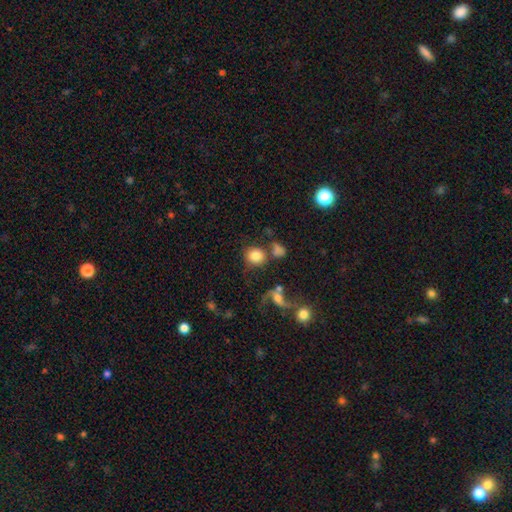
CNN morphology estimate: smooth-or-featured: smooth: 80% | featured or disk: 11% | star or artifact: 9%
  how-rounded: round: 79% | in between: 20% | cigar-shaped: 1%
  merging: none: 58% | merger: 20% | minor disturbance: 13% | major disturbance: 9%